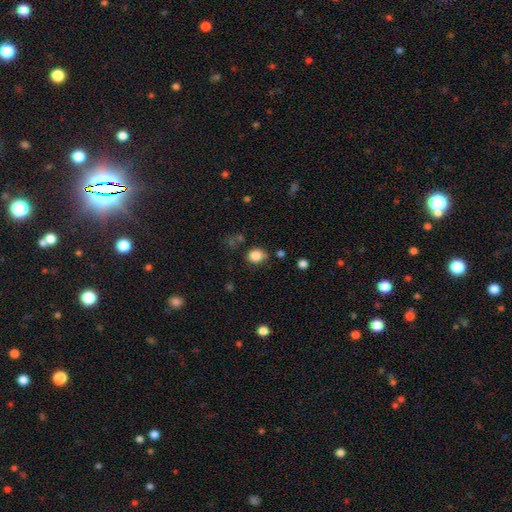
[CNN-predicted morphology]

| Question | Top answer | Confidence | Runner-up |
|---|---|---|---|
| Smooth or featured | smooth | 85% | star or artifact (10%) |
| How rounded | round | 60% | in between (39%) |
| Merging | none | 75% | minor disturbance (16%) |